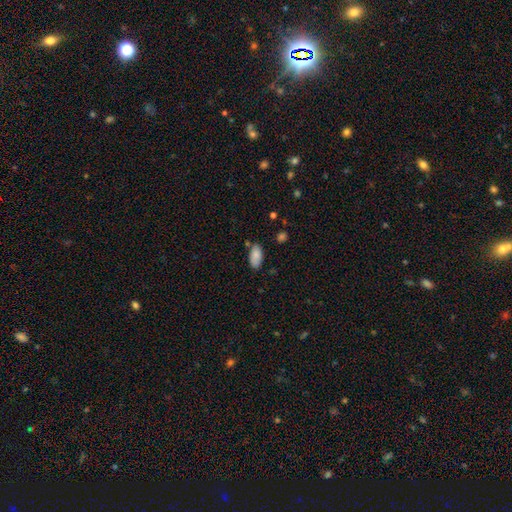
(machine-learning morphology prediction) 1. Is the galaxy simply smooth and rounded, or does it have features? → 85% smooth, 8% featured or disk, 7% star or artifact.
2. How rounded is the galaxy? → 94% in between, 4% cigar-shaped, 2% round.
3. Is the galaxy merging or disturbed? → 74% none, 18% minor disturbance, 5% merger, 3% major disturbance.